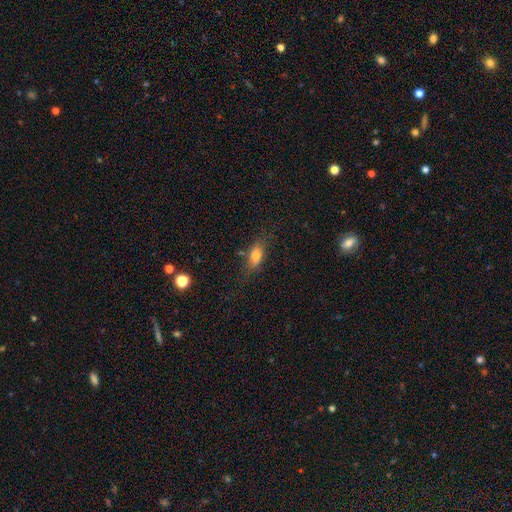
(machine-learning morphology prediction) Q: Smooth or featured?
A: smooth (74%); runner-up: featured or disk (17%)
Q: How rounded?
A: in between (79%); runner-up: cigar-shaped (14%)
Q: Merging?
A: none (69%); runner-up: minor disturbance (20%)